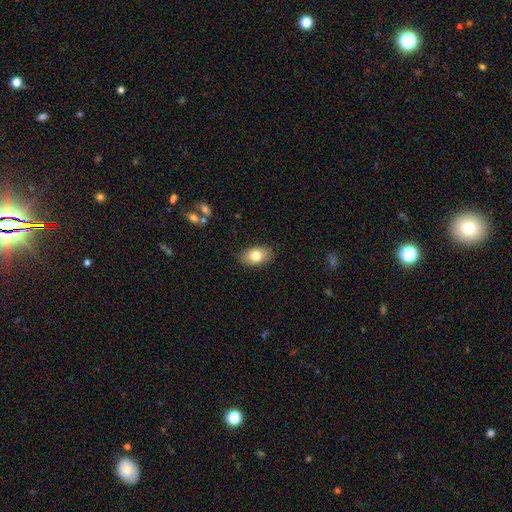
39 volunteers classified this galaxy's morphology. A smooth galaxy with no disk features (90%) that is in between round and cigar-shaped (97%).

Vote fractions:
- Smooth or featured? smooth: 90% / featured or disk: 10% / star or artifact: 0%
- How rounded? in between: 97% / round: 3% / cigar-shaped: 0%
- Merging? none: 82% / minor disturbance: 15% / major disturbance: 3% / merger: 0%